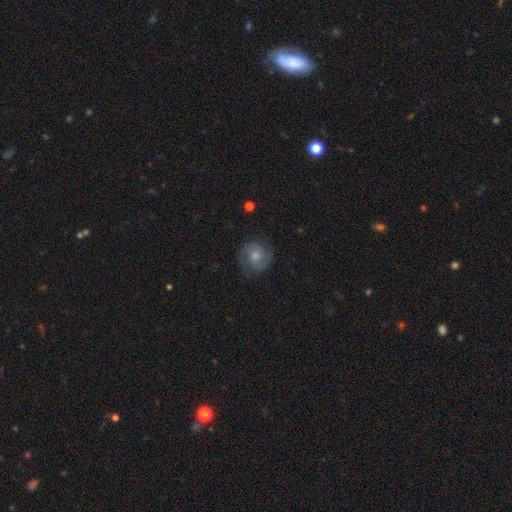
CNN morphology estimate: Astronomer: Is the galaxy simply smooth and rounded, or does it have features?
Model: featured or disk — 51% (runner-up: smooth, 41%).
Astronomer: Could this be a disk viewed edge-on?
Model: no — 97%.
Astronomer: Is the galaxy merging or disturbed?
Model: none — 75%.